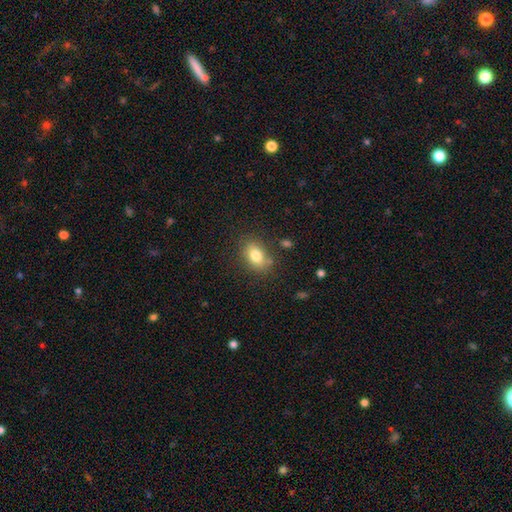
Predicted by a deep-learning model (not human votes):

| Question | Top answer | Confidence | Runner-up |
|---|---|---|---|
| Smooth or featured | smooth | 81% | featured or disk (10%) |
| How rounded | in between | 82% | round (16%) |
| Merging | none | 78% | minor disturbance (15%) |